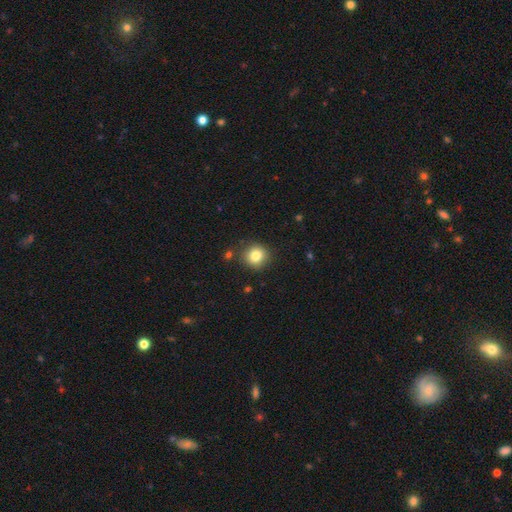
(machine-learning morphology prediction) smooth_or_featured: smooth (p=0.83) [alt: star or artifact p=0.11]
how_rounded: round (p=0.89) [alt: in between p=0.10]
merging: none (p=0.85) [alt: minor disturbance p=0.09]